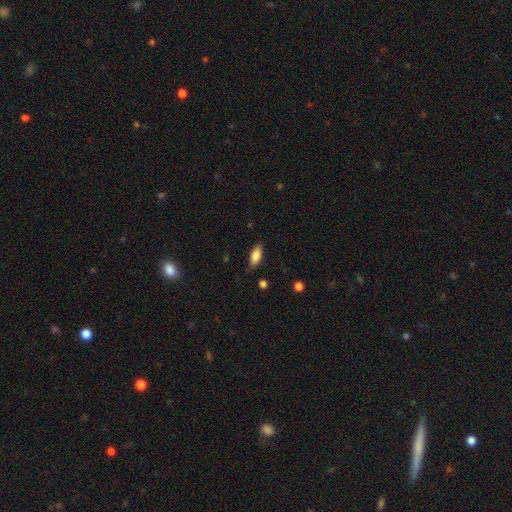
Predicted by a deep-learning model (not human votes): Q: Smooth or featured?
A: smooth (84%); runner-up: featured or disk (9%)
Q: How rounded?
A: in between (83%); runner-up: cigar-shaped (15%)
Q: Merging?
A: none (80%); runner-up: minor disturbance (16%)